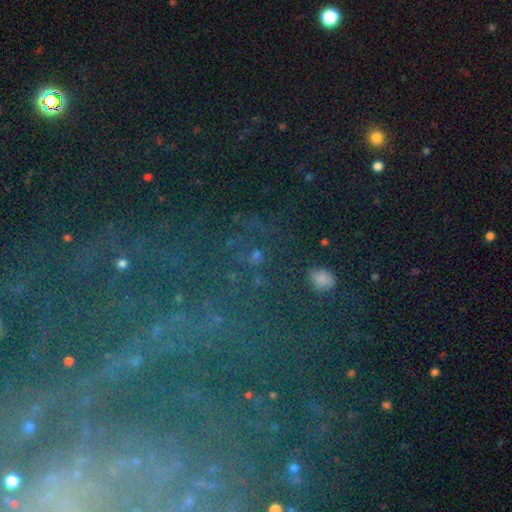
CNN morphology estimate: smooth_or_featured: star or artifact (p=0.53) [alt: smooth p=0.26]